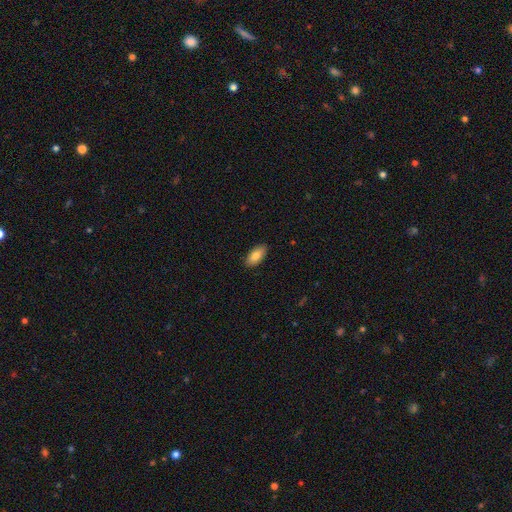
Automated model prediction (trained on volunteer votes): A smooth galaxy with no disk features (82%) that is in between round and cigar-shaped (92%).

Vote fractions:
- Smooth or featured? smooth: 82% / featured or disk: 11% / star or artifact: 7%
- How rounded? in between: 92% / cigar-shaped: 5% / round: 3%
- Merging? none: 88% / minor disturbance: 9% / major disturbance: 2% / merger: 1%